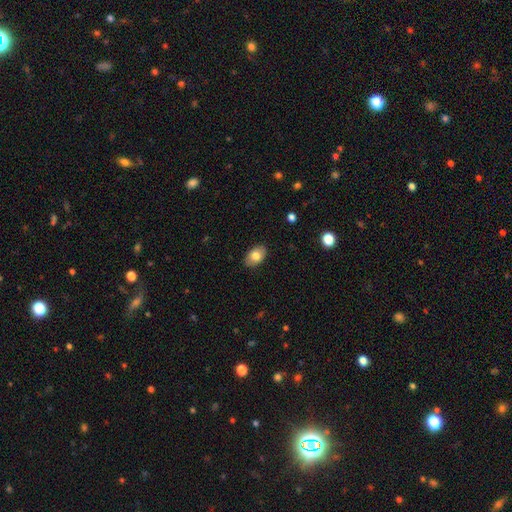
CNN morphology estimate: A smooth galaxy with no disk features (79%) that is in between round and cigar-shaped (88%). Merging: none (87%).